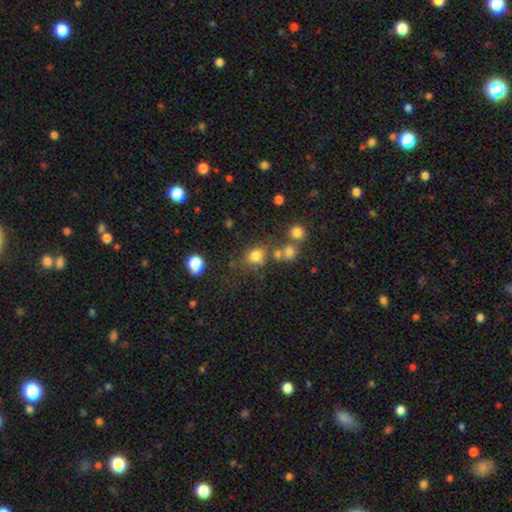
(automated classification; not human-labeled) Smooth or featured?
  - smooth: 75% *
  - star or artifact: 16%
  - featured or disk: 9%
How rounded?
  - round: 63% *
  - in between: 36%
  - cigar-shaped: 1%
Merging?
  - none: 59% *
  - merger: 17%
  - minor disturbance: 16%
  - major disturbance: 9%